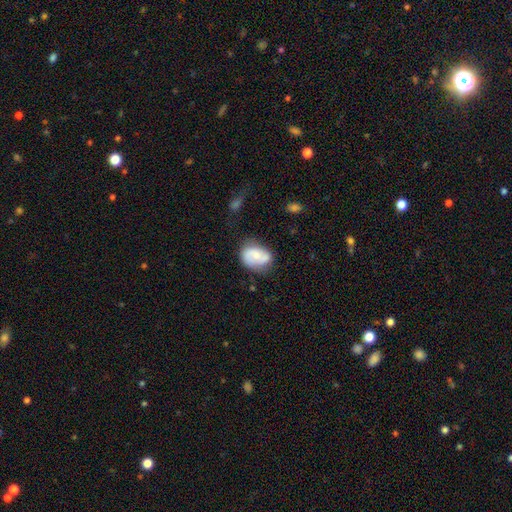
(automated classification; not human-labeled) Overall: smooth (48%; featured or disk 45%). Merging: none (60%; minor disturbance 25%).